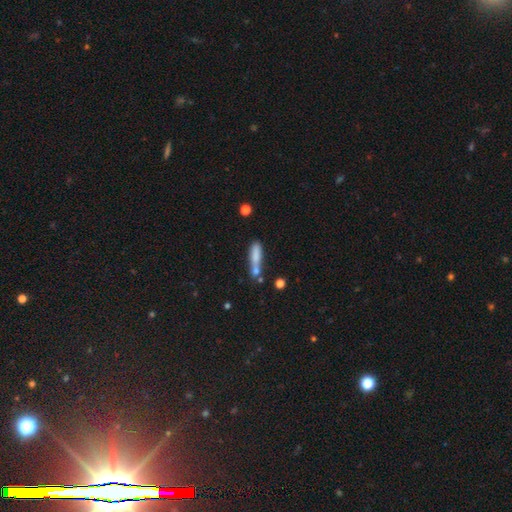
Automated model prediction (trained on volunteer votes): smooth-or-featured: smooth: 75% | featured or disk: 17% | star or artifact: 9%
  how-rounded: cigar-shaped: 76% | in between: 21% | round: 2%
  merging: none: 44% | merger: 24% | minor disturbance: 22% | major disturbance: 9%